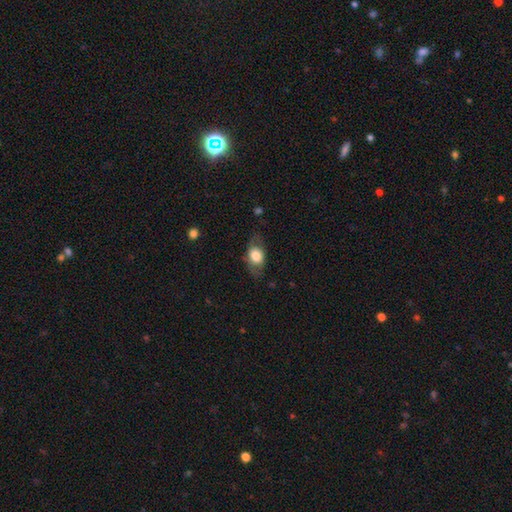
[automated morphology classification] Smooth or featured? smooth (67%)
How rounded? in between (77%)
Merging? none (72%)